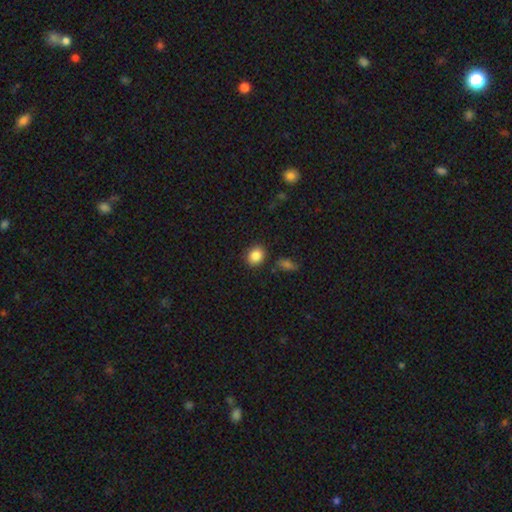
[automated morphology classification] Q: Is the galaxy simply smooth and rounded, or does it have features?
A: smooth — 86%.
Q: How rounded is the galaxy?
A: round — 63%.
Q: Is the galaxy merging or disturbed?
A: none — 87%.